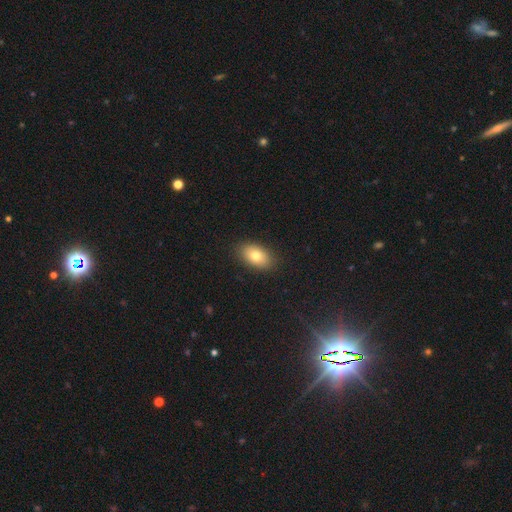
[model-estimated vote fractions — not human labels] smooth 79%, featured or disk 13%, star or artifact 8%. Down the decision tree: how rounded — in between (90%); merging — none (88%).